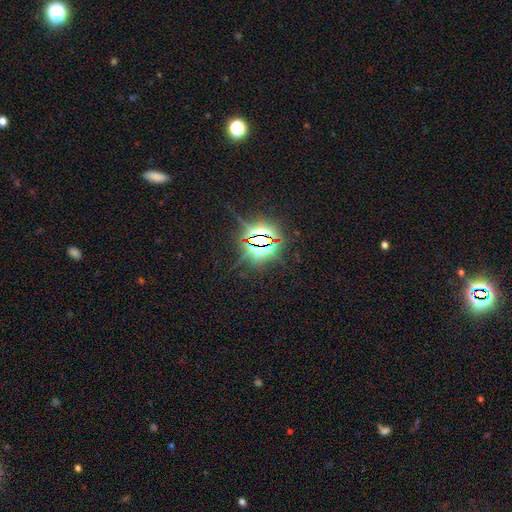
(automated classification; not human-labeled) star or artifact 83%, smooth 10%, featured or disk 7%.